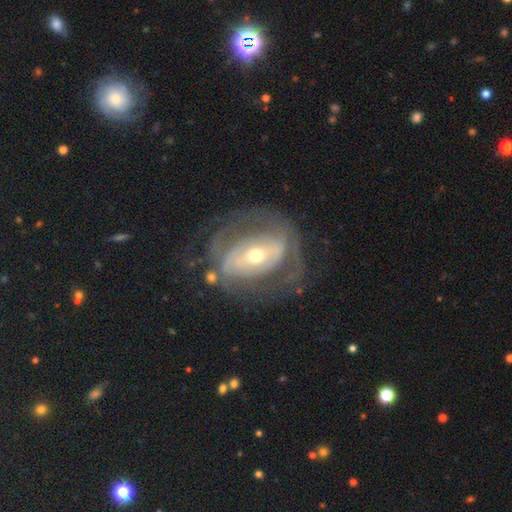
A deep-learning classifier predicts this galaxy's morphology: smooth_or_featured: featured or disk (p=0.80) [alt: smooth p=0.15]
disk_edge_on: no (p=0.95) [alt: yes p=0.05]
bar: strong (p=0.36) [alt: weak p=0.32]
has_spiral_arms: yes (p=0.67) [alt: no p=0.33]
spiral_winding: tight (p=0.45) [alt: medium p=0.36]
spiral_arm_count: 2 (p=0.53) [alt: can't tell p=0.29]
bulge_size: moderate (p=0.57) [alt: small p=0.37]
merging: none (p=0.57) [alt: major disturbance p=0.21]